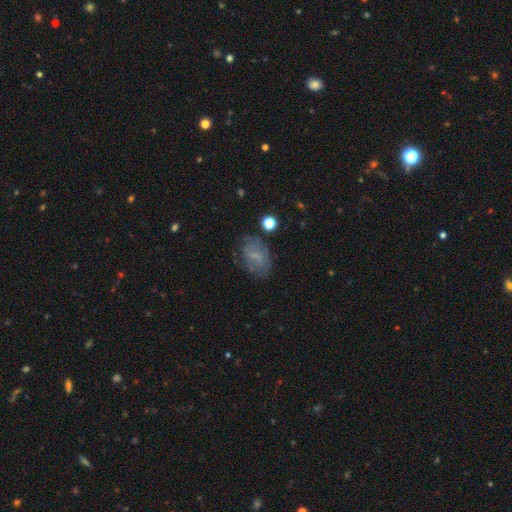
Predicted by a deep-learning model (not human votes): Morphology: type=smooth (50%); roundness=in between (84%); merging=none (65%).